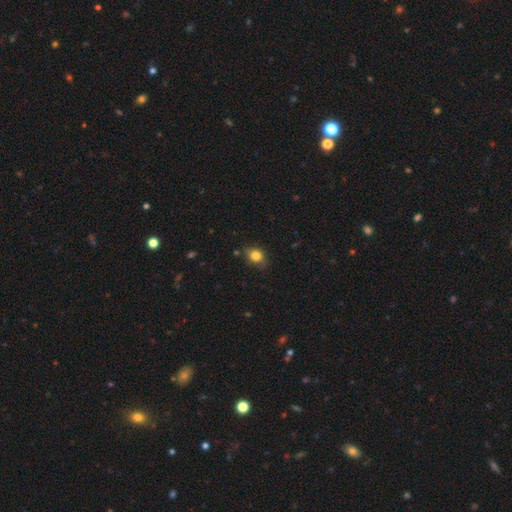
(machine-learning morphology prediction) This appears to be a smooth galaxy with no disk features (82%) that is in between round and cigar-shaped (54%). Merging: none (73%).